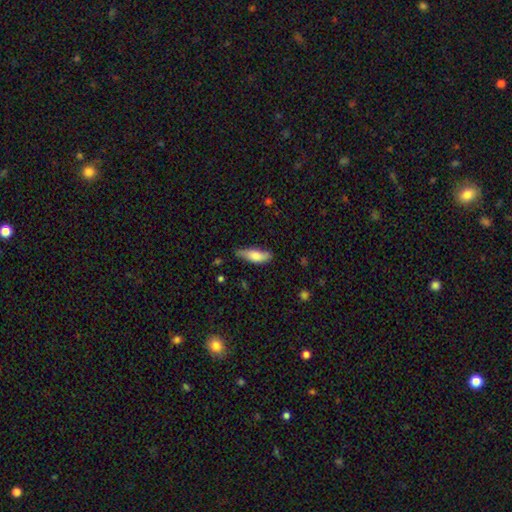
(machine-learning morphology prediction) Smooth or featured: smooth — 75% (featured or disk — 19%)
How rounded: in between — 61% (cigar-shaped — 37%)
Merging: none — 63% (minor disturbance — 30%)